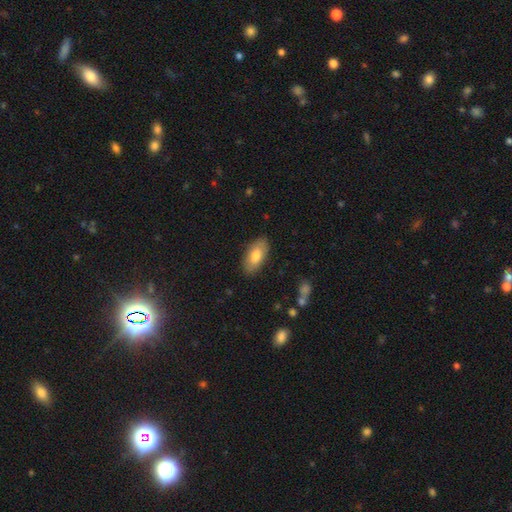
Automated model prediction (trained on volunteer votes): This is likely a smooth galaxy (78%). How rounded: clearly in between (91%). Merging: clearly none (86%).